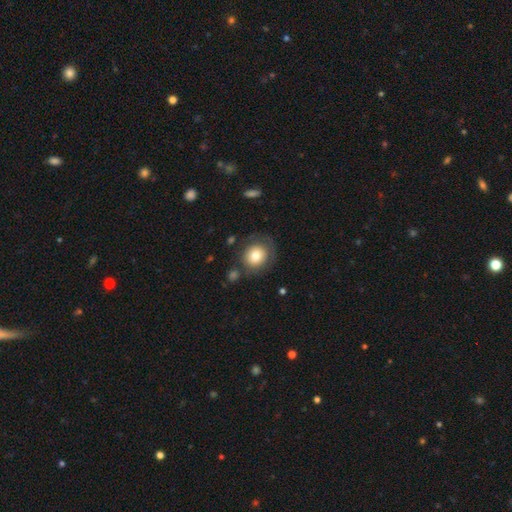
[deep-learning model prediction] smooth-or-featured: smooth: 74% | featured or disk: 17% | star or artifact: 9%
  how-rounded: round: 82% | in between: 17% | cigar-shaped: 1%
  merging: none: 72% | minor disturbance: 15% | major disturbance: 9% | merger: 5%